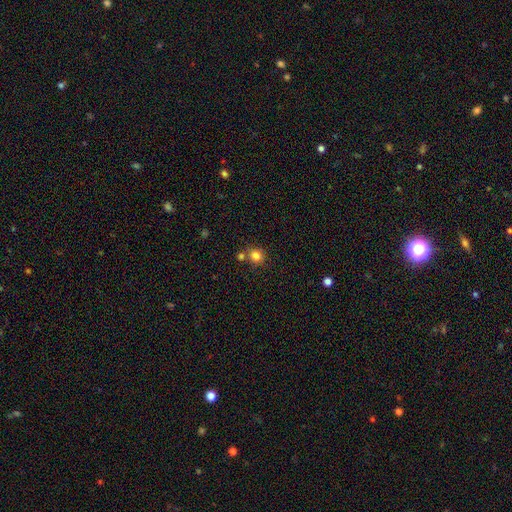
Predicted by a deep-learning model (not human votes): This is clearly a smooth galaxy (82%). How rounded: clearly round (85%). Merging: likely none (68%).